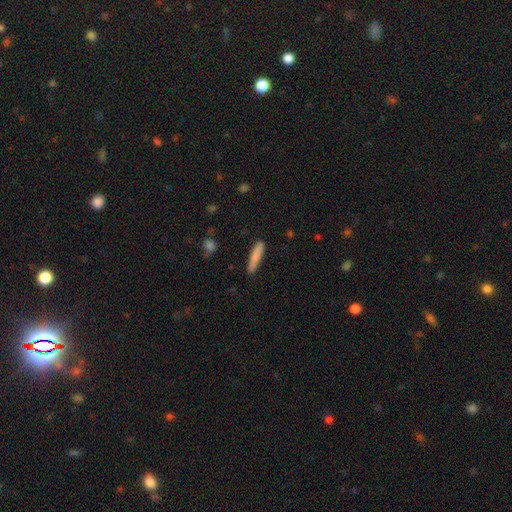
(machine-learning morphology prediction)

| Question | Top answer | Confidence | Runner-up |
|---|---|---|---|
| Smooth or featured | smooth | 82% | featured or disk (12%) |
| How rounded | cigar-shaped | 91% | in between (8%) |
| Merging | none | 84% | minor disturbance (12%) |